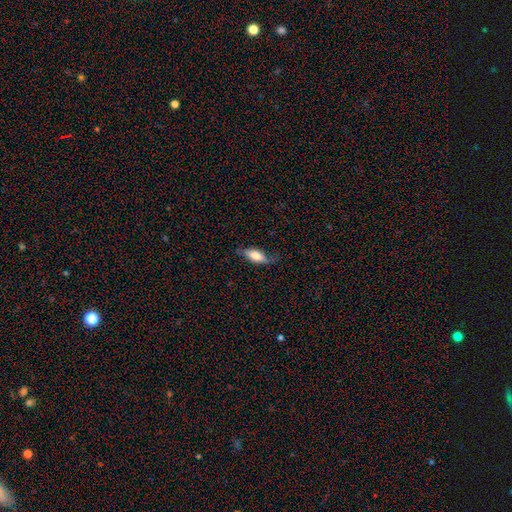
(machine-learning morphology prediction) Smooth or featured?
  - smooth: 66% *
  - featured or disk: 27%
  - star or artifact: 6%
How rounded?
  - in between: 73% *
  - cigar-shaped: 24%
  - round: 3%
Merging?
  - none: 59% *
  - minor disturbance: 29%
  - major disturbance: 10%
  - merger: 2%